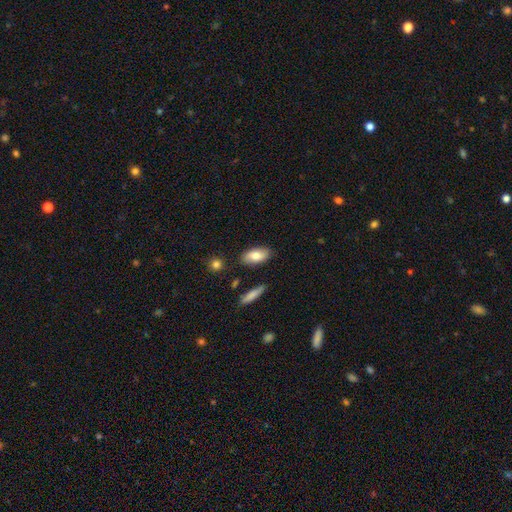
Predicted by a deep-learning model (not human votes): Morphology: type=smooth (79%); roundness=in between (91%); merging=none (84%).